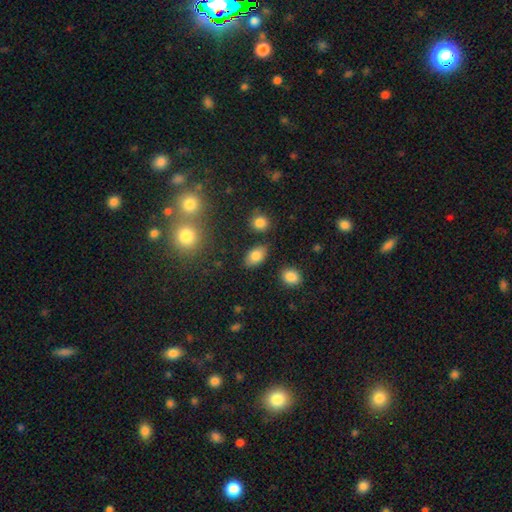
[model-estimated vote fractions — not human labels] The model was most divided on "merging": none: 83%, minor disturbance: 11%, merger: 4%, major disturbance: 3%. More confident: how rounded — in between (89%); smooth or featured — smooth (82%).